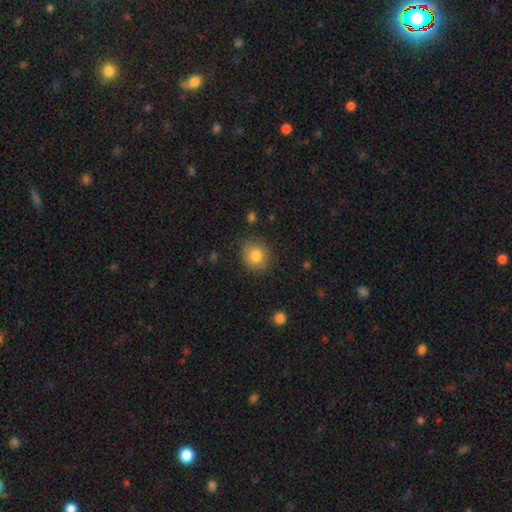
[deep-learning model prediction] Smooth or featured? Predicted: smooth (p=0.81). How rounded? Predicted: round (p=0.76). Merging? Predicted: none (p=0.80).